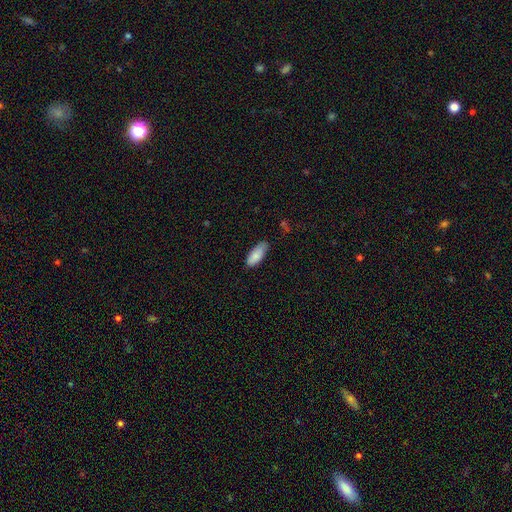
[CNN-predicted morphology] smooth_or_featured: smooth (p=0.85) [alt: featured or disk p=0.09]
how_rounded: in between (p=0.83) [alt: cigar-shaped p=0.16]
merging: none (p=0.72) [alt: minor disturbance p=0.23]